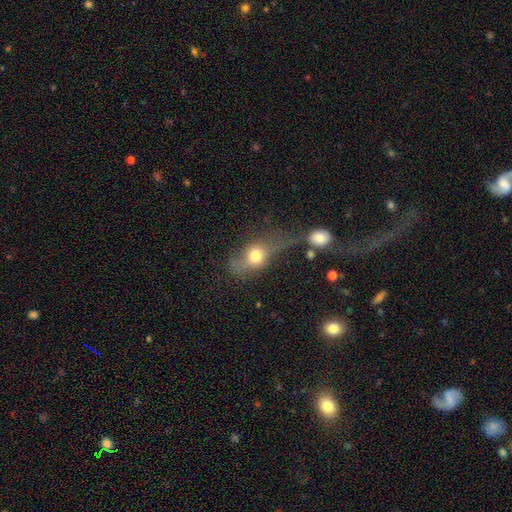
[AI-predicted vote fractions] Overall: smooth (61%; featured or disk 27%). How rounded: in between (54%; round 40%). Merging: major disturbance (33%; none 29%).